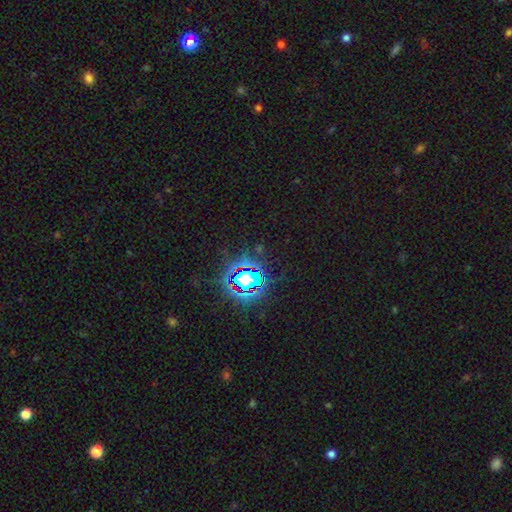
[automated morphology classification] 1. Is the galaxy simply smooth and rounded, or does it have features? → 80% star or artifact, 13% smooth, 7% featured or disk.